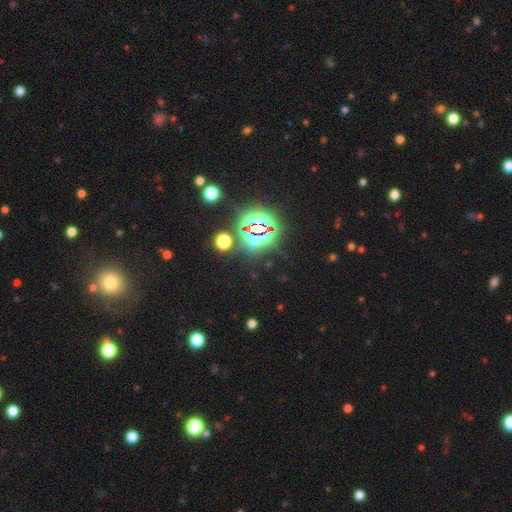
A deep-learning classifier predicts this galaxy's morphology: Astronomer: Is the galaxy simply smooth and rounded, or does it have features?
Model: star or artifact — 82%.